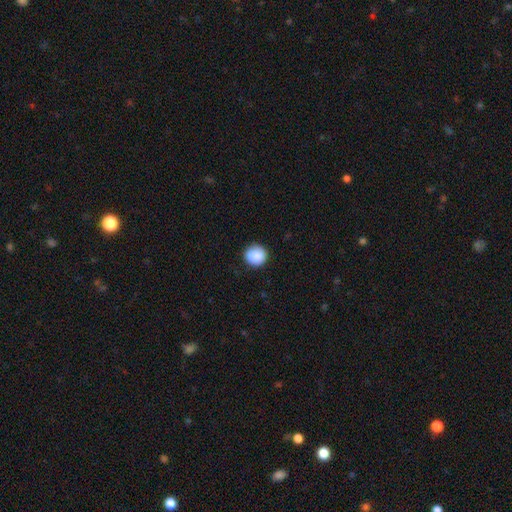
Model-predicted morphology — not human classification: A smooth galaxy with no disk features (87%) that is round (91%).

Vote fractions:
- Smooth or featured? smooth: 87% / star or artifact: 8% / featured or disk: 5%
- How rounded? round: 91% / in between: 8% / cigar-shaped: 1%
- Merging? none: 85% / minor disturbance: 11% / major disturbance: 2% / merger: 2%